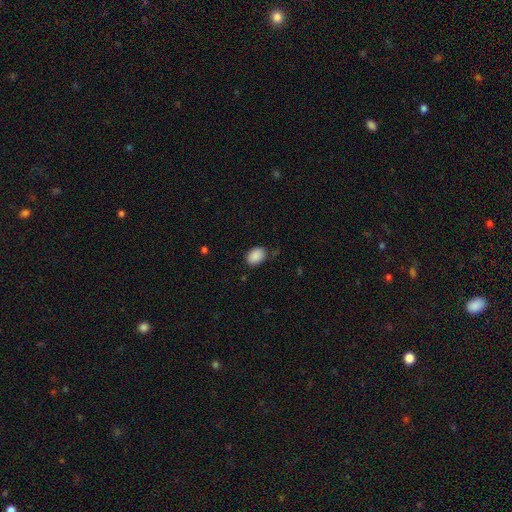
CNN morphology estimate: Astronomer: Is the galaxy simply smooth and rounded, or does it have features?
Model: smooth — 89%.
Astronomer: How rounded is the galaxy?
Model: in between — 78%.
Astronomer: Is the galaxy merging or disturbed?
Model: none — 80%.